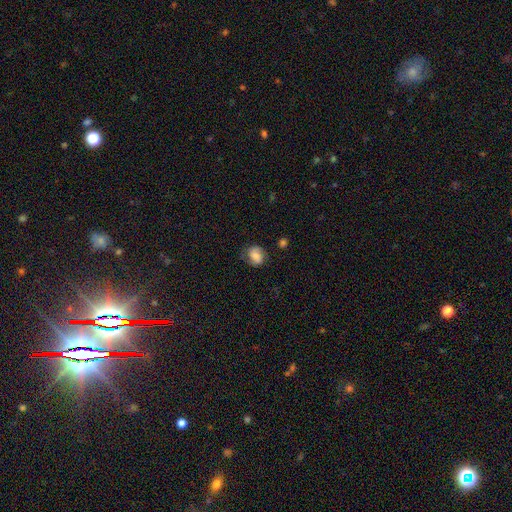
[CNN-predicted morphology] type=smooth (47%); merging=none (66%).